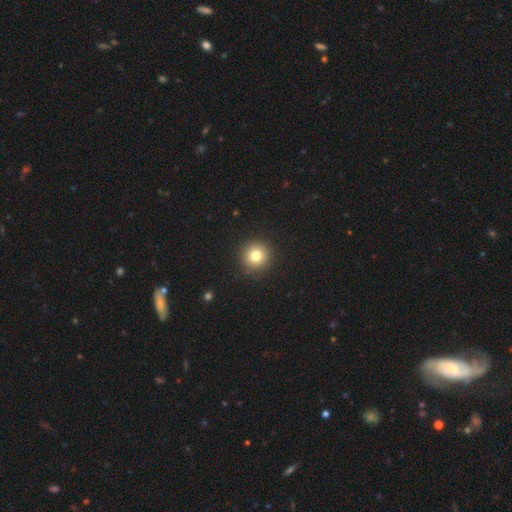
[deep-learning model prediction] Q: Smooth or featured?
A: smooth (80%); runner-up: star or artifact (12%)
Q: How rounded?
A: round (94%); runner-up: in between (5%)
Q: Merging?
A: none (91%); runner-up: minor disturbance (6%)